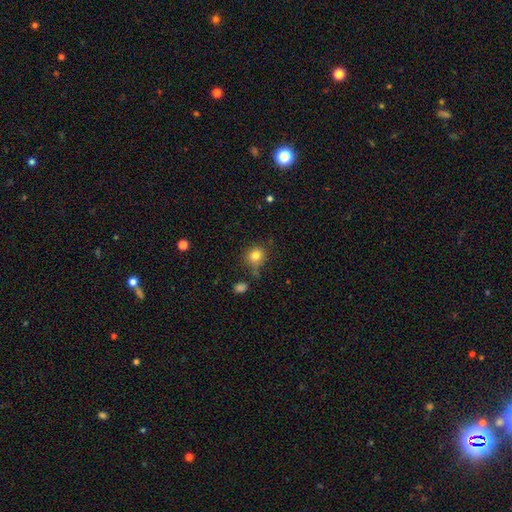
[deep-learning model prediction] smooth 80%, star or artifact 12%, featured or disk 8%. Down the decision tree: how rounded — round (81%); merging — none (68%).